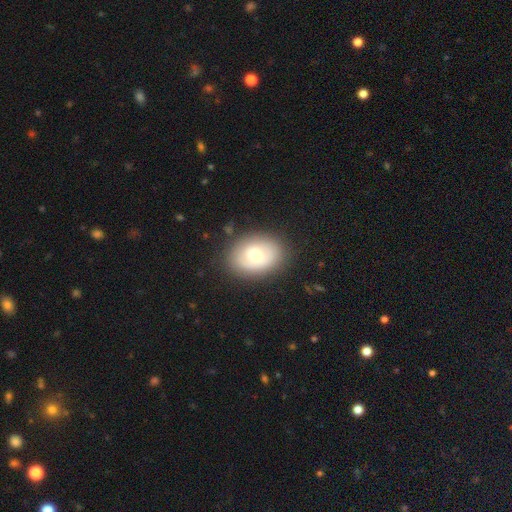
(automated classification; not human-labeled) smooth 59%, featured or disk 33%, star or artifact 8%. Down the decision tree: how rounded — in between (67%); merging — none (81%).